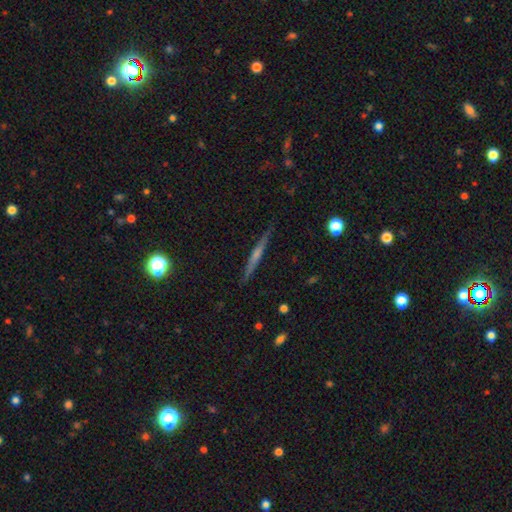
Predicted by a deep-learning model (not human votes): This appears to be a featured or disk galaxy (69%) viewed edge-on (97%) with a rounded central bulge (73%). Merging: none (90%).